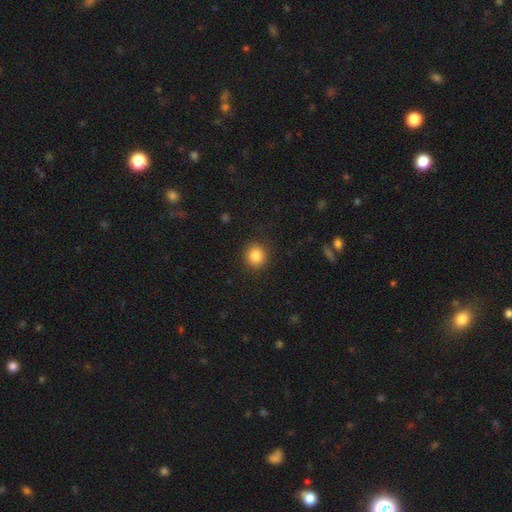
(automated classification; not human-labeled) Q: Smooth or featured?
A: smooth (84%); runner-up: star or artifact (10%)
Q: How rounded?
A: round (89%); runner-up: in between (10%)
Q: Merging?
A: none (90%); runner-up: minor disturbance (7%)